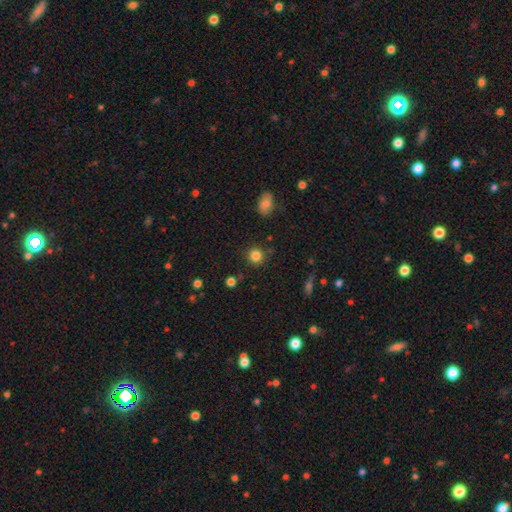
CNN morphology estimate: The model was most divided on "smooth or featured": smooth: 84%, star or artifact: 11%, featured or disk: 5%. More confident: how rounded — round (90%); merging — none (86%).